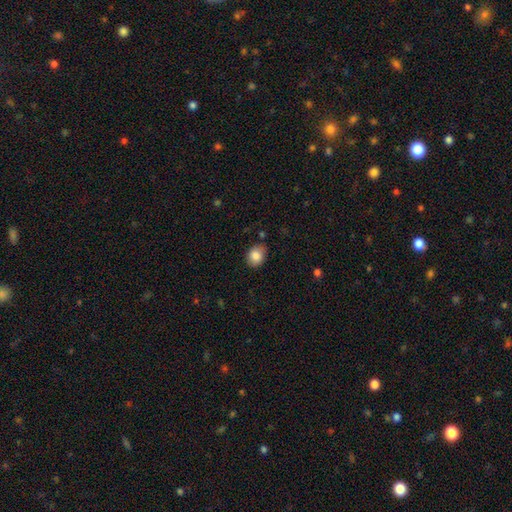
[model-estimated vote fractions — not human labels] Morphology: type=smooth (85%); roundness=round (51%); merging=none (80%).